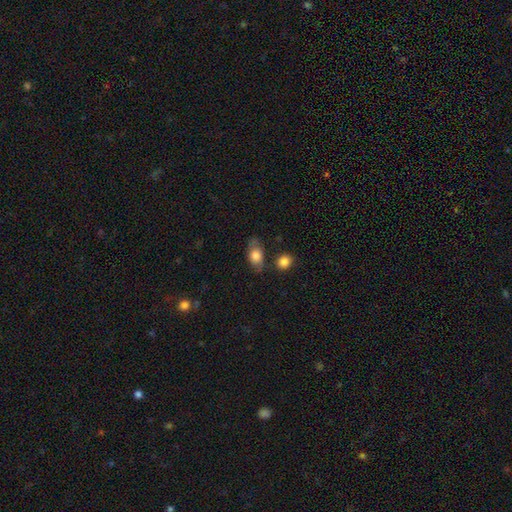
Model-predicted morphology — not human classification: Smooth or featured: smooth — 76% (featured or disk — 16%)
How rounded: in between — 80% (round — 16%)
Merging: none — 64% (minor disturbance — 23%)